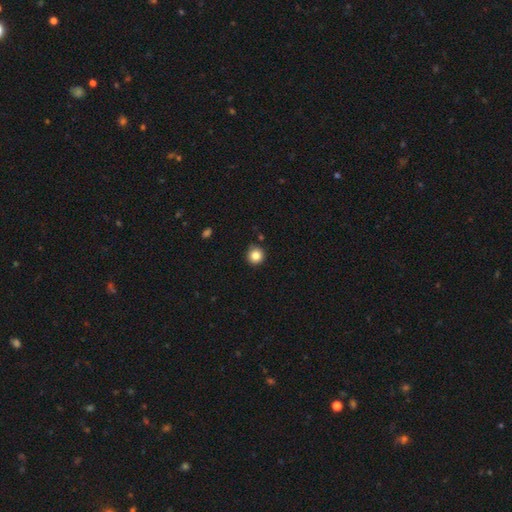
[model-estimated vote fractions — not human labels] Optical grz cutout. It shows a smooth galaxy with no disk features (84%) that is round (94%). Merging: none (89%).